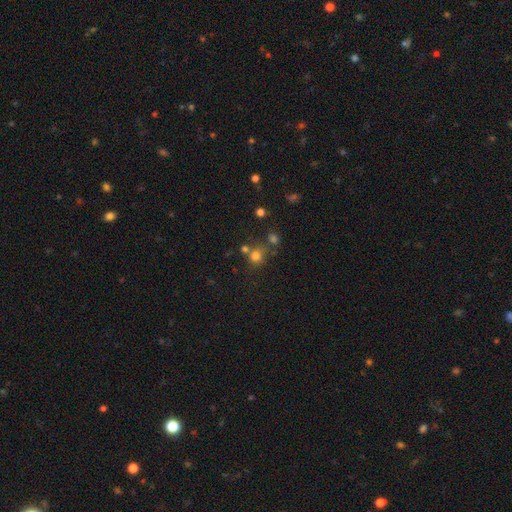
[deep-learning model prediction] smooth-or-featured: smooth: 75% | star or artifact: 18% | featured or disk: 8%
  how-rounded: round: 84% | in between: 15% | cigar-shaped: 1%
  merging: none: 60% | merger: 22% | minor disturbance: 12% | major disturbance: 6%